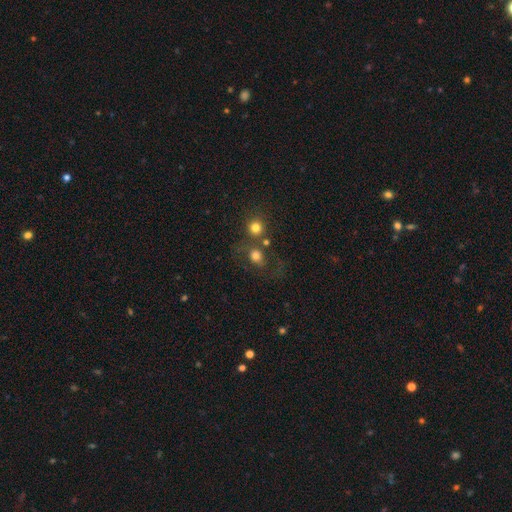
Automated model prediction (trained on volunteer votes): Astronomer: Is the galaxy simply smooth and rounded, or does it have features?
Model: smooth — 71%.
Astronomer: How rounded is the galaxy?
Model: round — 68%.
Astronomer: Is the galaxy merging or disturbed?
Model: none — 47% (runner-up: merger, 27%).